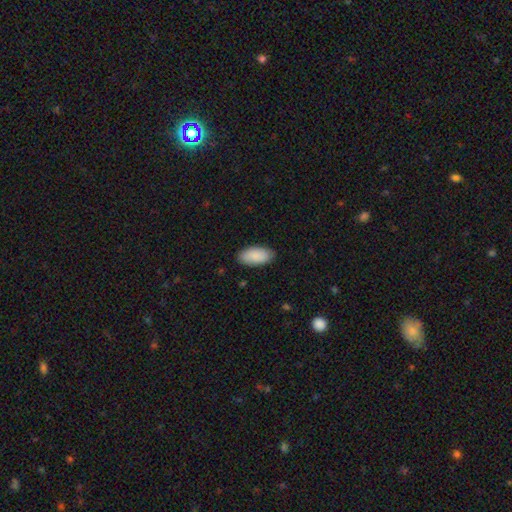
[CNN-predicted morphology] Smooth or featured? Predicted: smooth (p=0.90). How rounded? Predicted: in between (p=0.94). Merging? Predicted: none (p=0.87).